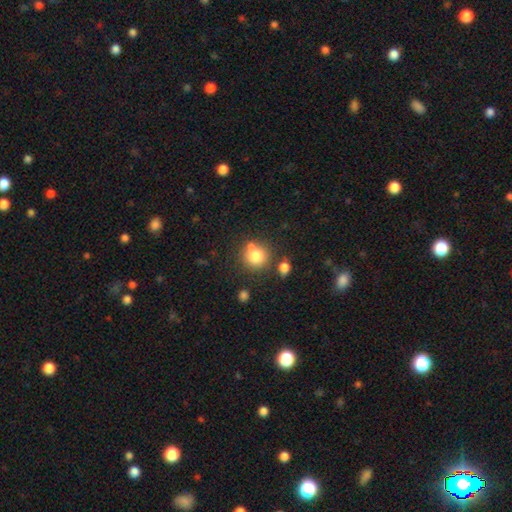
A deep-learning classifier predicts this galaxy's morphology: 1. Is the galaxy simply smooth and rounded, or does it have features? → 79% smooth, 11% star or artifact, 10% featured or disk.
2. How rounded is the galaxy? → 90% round, 9% in between, 1% cigar-shaped.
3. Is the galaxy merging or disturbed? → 67% none, 18% merger, 11% minor disturbance, 4% major disturbance.